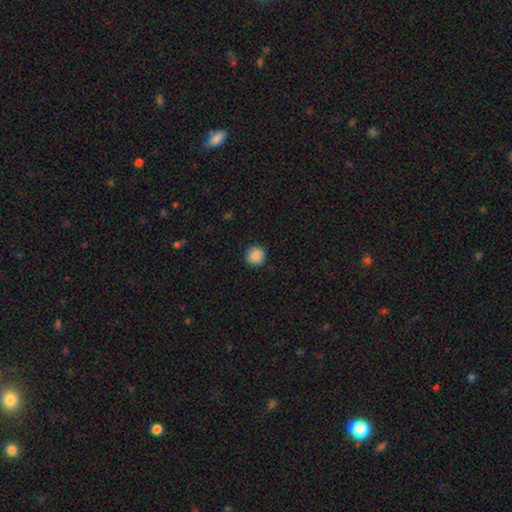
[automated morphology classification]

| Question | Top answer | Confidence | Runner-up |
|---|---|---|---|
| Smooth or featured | smooth | 88% | star or artifact (9%) |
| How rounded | round | 95% | in between (4%) |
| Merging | none | 92% | minor disturbance (6%) |